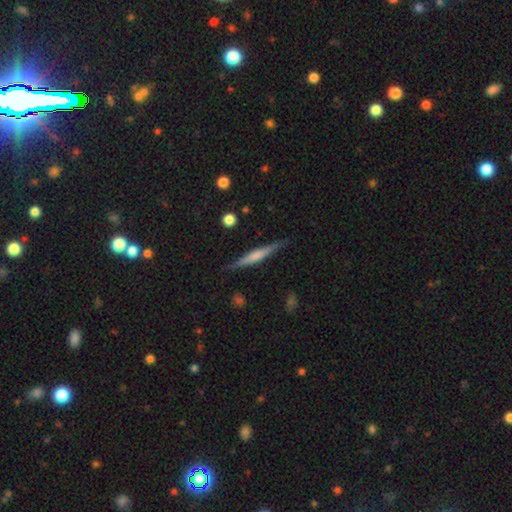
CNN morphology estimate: Q: Smooth or featured?
A: featured or disk (55%); runner-up: smooth (39%)
Q: Edge-on disk?
A: yes (97%); runner-up: no (3%)
Q: Edge-on bulge?
A: rounded (37%); runner-up: none (36%)
Q: Merging?
A: none (86%); runner-up: minor disturbance (11%)